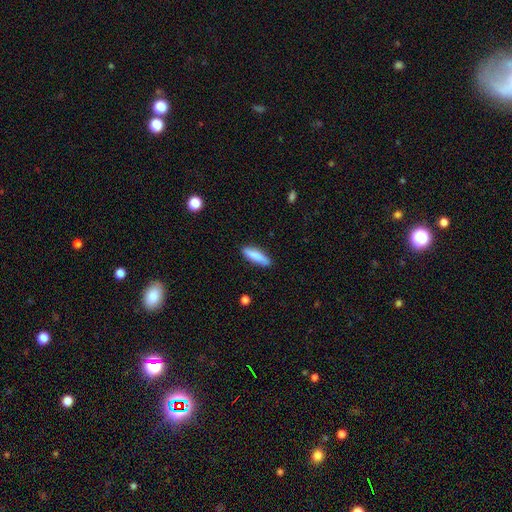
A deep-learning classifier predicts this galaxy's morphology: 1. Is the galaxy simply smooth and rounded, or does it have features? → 84% smooth, 10% featured or disk, 6% star or artifact.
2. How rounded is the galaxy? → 60% cigar-shaped, 39% in between, 2% round.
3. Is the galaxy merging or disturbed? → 84% none, 12% minor disturbance, 2% major disturbance, 1% merger.